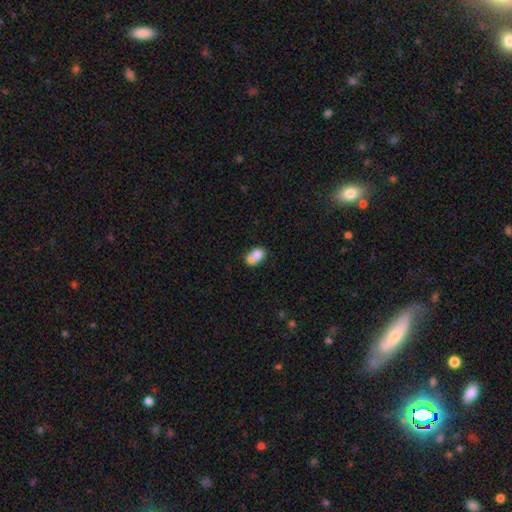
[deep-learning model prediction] Smooth or featured: smooth — 74% (featured or disk — 17%)
How rounded: in between — 61% (round — 37%)
Merging: merger — 62% (none — 25%)